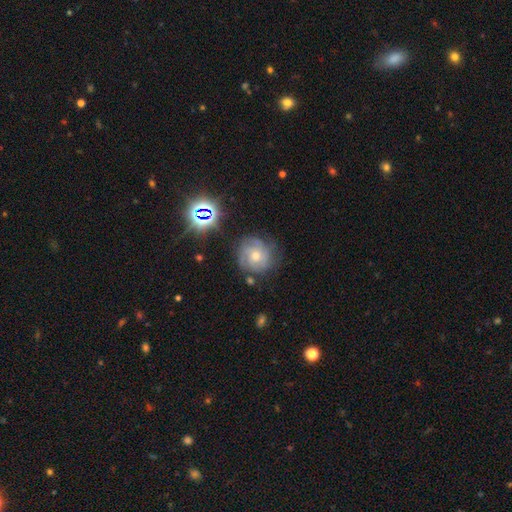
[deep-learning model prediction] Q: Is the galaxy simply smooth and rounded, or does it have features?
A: featured or disk — 64%.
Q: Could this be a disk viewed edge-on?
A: no — 97%.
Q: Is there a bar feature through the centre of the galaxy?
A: no — 79%.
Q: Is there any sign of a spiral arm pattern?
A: yes — 88%.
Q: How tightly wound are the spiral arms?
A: tight — 64%.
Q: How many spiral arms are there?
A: can't tell — 37%.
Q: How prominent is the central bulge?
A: moderate — 59%.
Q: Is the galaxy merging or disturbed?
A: none — 73%.